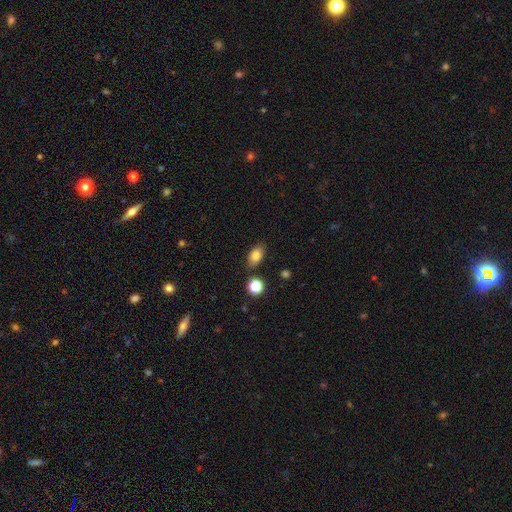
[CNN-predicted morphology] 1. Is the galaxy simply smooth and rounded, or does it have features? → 81% smooth, 10% star or artifact, 9% featured or disk.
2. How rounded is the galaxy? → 86% in between, 11% round, 2% cigar-shaped.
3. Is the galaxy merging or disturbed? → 83% none, 11% minor disturbance, 3% merger, 3% major disturbance.